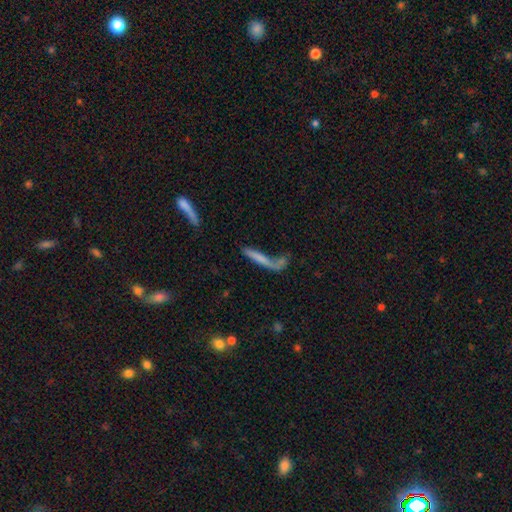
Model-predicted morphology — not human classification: smooth_or_featured: smooth (p=0.55) [alt: featured or disk p=0.34]
how_rounded: cigar-shaped (p=0.85) [alt: in between p=0.12]
merging: none (p=0.36) [alt: merger p=0.26]